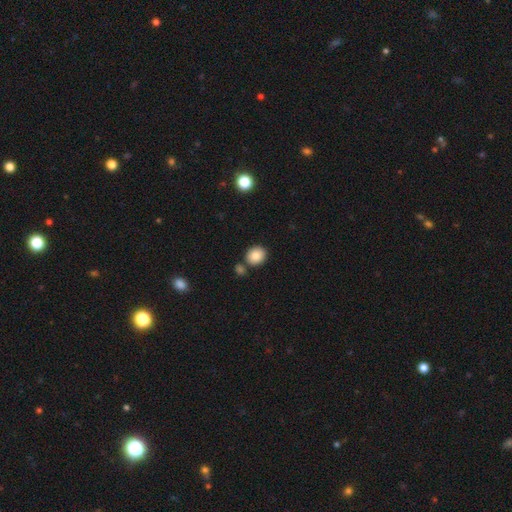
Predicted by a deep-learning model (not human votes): smooth 84%, star or artifact 9%, featured or disk 6%. Down the decision tree: how rounded — round (72%); merging — none (76%).